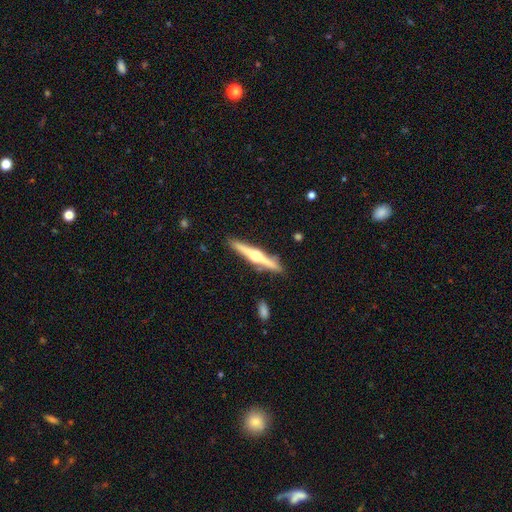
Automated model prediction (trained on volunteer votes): featured or disk 75%, smooth 20%, star or artifact 5%. Down the decision tree: edge-on disk — yes (98%); edge-on bulge — rounded (94%); merging — none (87%).